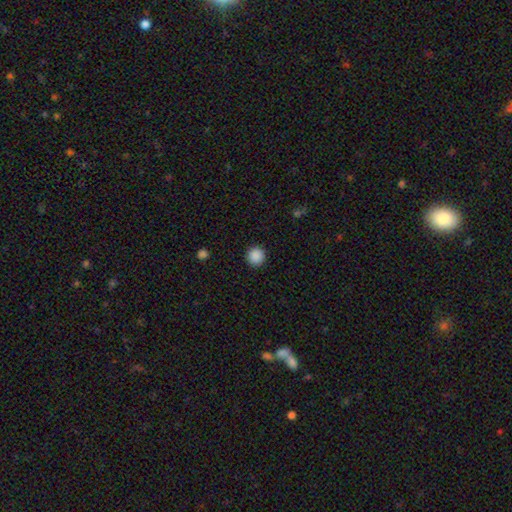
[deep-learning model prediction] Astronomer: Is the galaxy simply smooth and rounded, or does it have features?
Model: smooth — 88%.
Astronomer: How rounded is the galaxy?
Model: round — 95%.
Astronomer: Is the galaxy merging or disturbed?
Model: none — 92%.